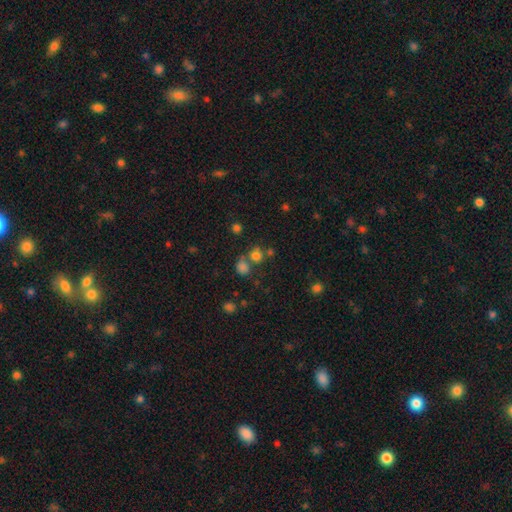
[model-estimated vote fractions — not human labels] Smooth or featured? Predicted: smooth (p=0.71). How rounded? Predicted: round (p=0.83). Merging? Predicted: none (p=0.58).